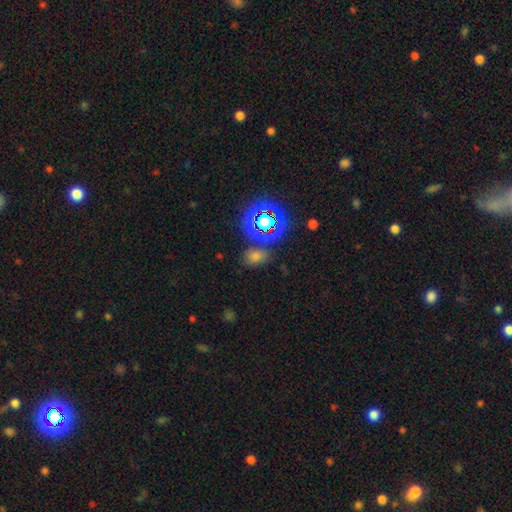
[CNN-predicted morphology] Overall: smooth (54%; star or artifact 38%). How rounded: in between (67%; round 31%). Merging: none (76%).